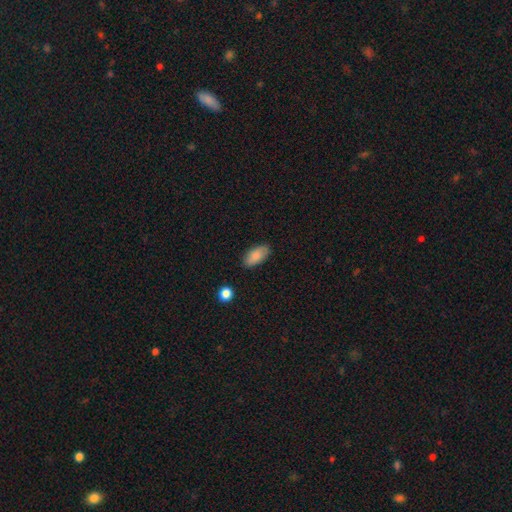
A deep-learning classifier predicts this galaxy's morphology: Smooth or featured: smooth — 85% (featured or disk — 8%)
How rounded: in between — 92% (cigar-shaped — 6%)
Merging: none — 85% (minor disturbance — 11%)